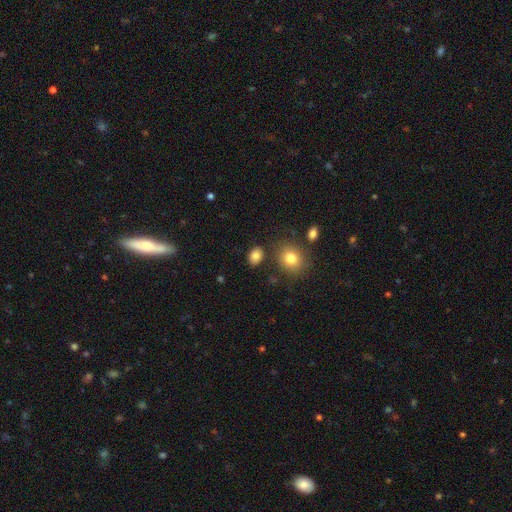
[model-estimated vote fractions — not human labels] A smooth galaxy with no disk features (84%) that is in between round and cigar-shaped (67%). Merging: none (81%).